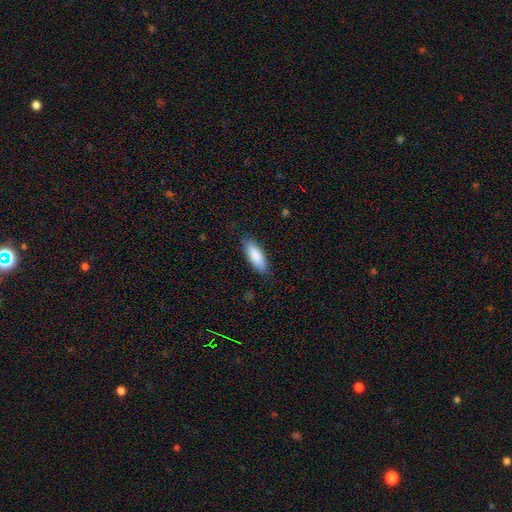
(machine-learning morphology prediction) Smooth or featured? Predicted: smooth (p=0.86). How rounded? Predicted: in between (p=0.61). Merging? Predicted: none (p=0.84).